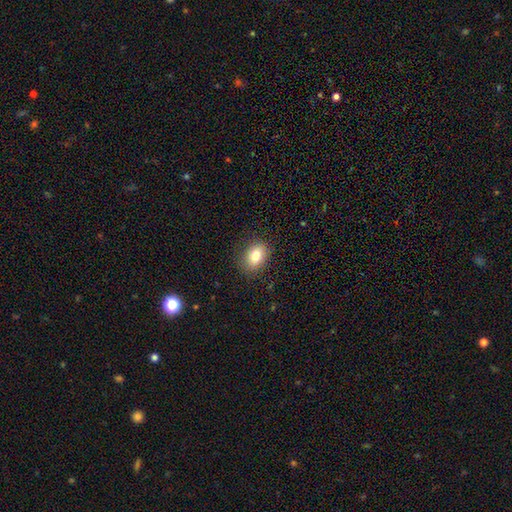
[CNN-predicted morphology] smooth-or-featured: smooth: 81% | star or artifact: 10% | featured or disk: 10%
  how-rounded: in between: 68% | round: 30% | cigar-shaped: 1%
  merging: none: 87% | minor disturbance: 10% | major disturbance: 3% | merger: 1%